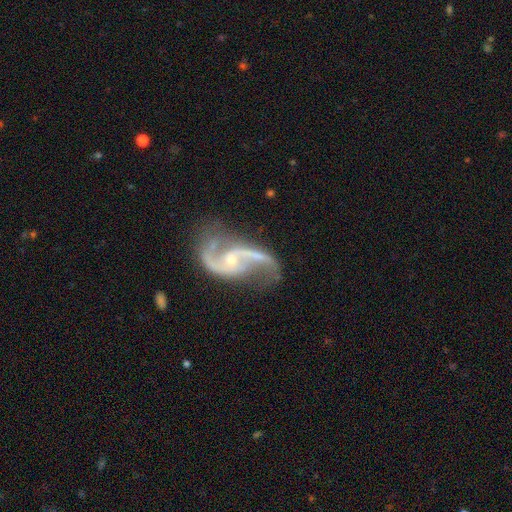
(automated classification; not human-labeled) This is clearly a featured or disk galaxy (91%). It is clearly not viewed edge-on (97%). Bar: possibly no (50%). Spiral arm pattern: clearly yes (97%). Spiral arm count: clearly 2 (93%). Spiral winding: likely loose (66%). Central bulge: likely small (61%). Merging: likely none (60%).